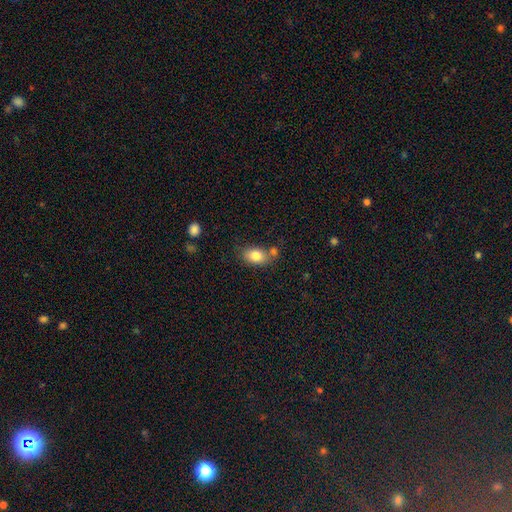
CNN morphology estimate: The model was most divided on "merging": none: 59%, merger: 20%, minor disturbance: 16%, major disturbance: 5%. More confident: smooth or featured — smooth (82%); how rounded — in between (82%).